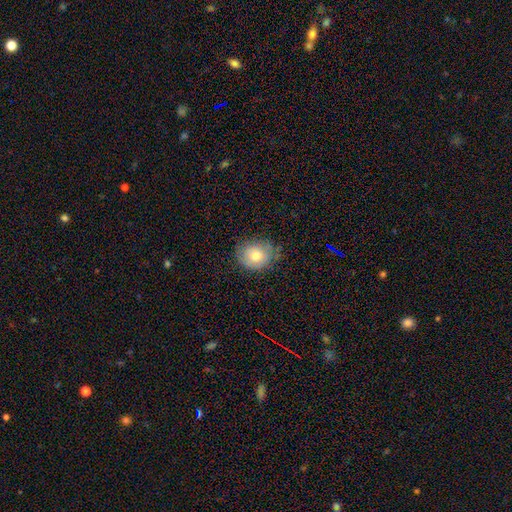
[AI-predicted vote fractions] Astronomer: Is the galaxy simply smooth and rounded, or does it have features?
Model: smooth — 75%.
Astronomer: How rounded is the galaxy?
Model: round — 60% (runner-up: in between, 39%).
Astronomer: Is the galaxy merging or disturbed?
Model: none — 69%.